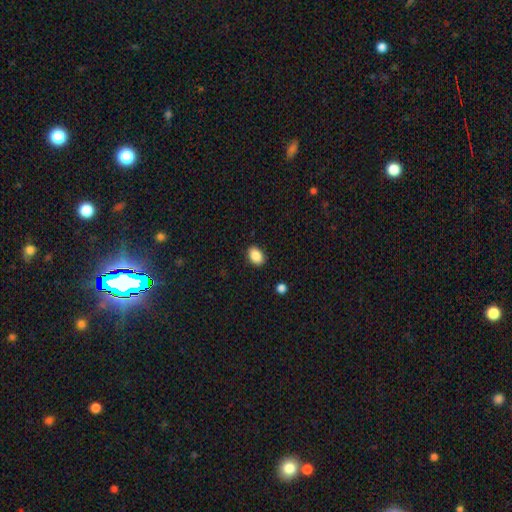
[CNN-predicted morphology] smooth-or-featured: smooth: 88% | star or artifact: 8% | featured or disk: 4%
  how-rounded: in between: 80% | round: 19% | cigar-shaped: 1%
  merging: none: 89% | minor disturbance: 8% | major disturbance: 2% | merger: 1%